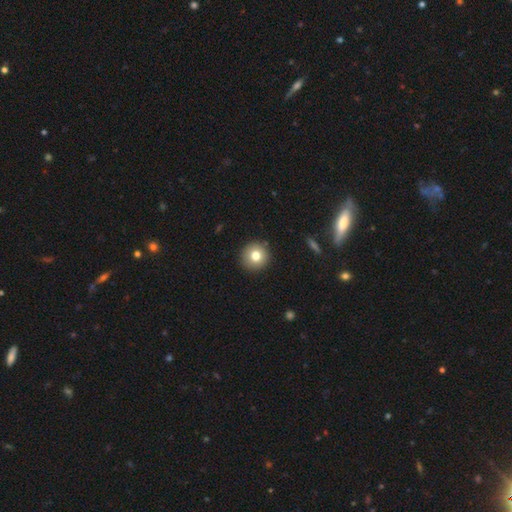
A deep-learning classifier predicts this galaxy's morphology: A smooth galaxy with no disk features (78%) that is round (95%). Merging: none (91%).